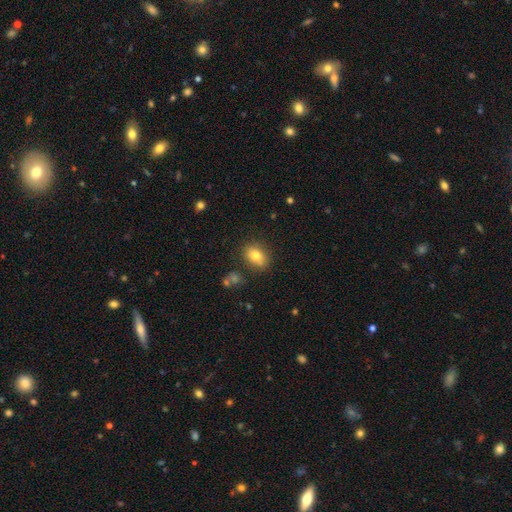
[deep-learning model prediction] Smooth or featured? Predicted: smooth (p=0.79). How rounded? Predicted: in between (p=0.71). Merging? Predicted: none (p=0.79).